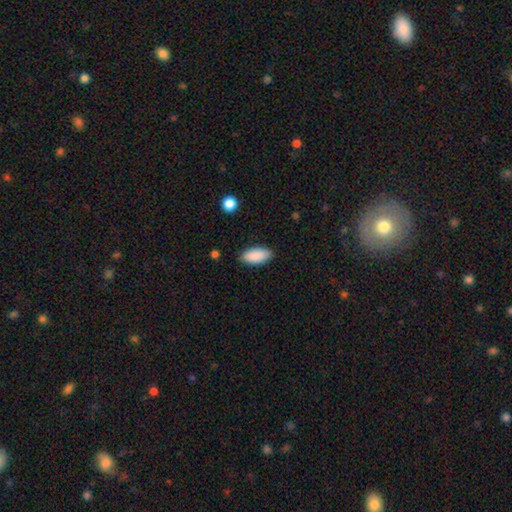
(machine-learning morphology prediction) A smooth galaxy with no disk features (90%) that is in between round and cigar-shaped (91%).

Vote fractions:
- Smooth or featured? smooth: 90% / star or artifact: 6% / featured or disk: 4%
- How rounded? in between: 91% / cigar-shaped: 8% / round: 2%
- Merging? none: 86% / minor disturbance: 11% / major disturbance: 2% / merger: 1%